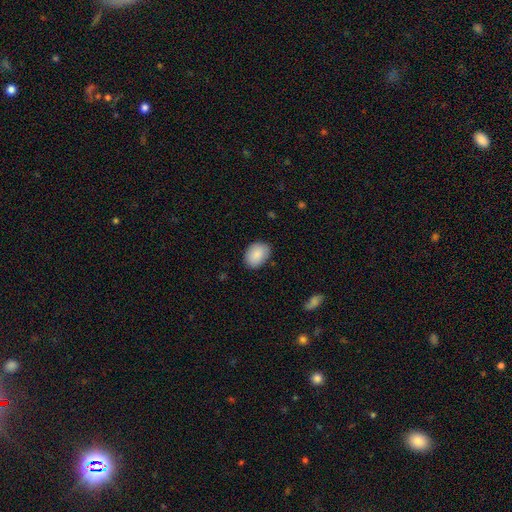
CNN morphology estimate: Overall: smooth (89%). How rounded: in between (77%). Merging: none (81%).